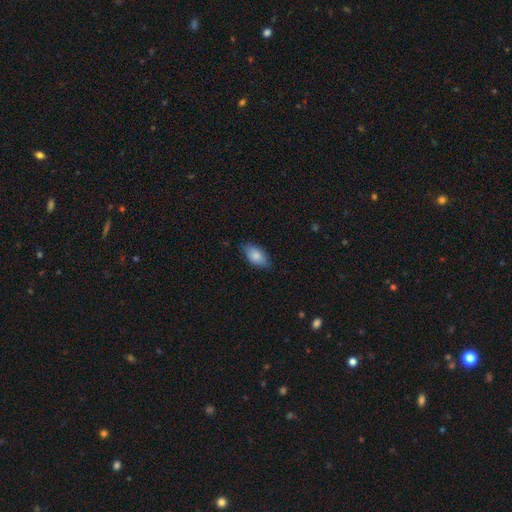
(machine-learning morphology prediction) A smooth galaxy with no disk features (85%) that is in between round and cigar-shaped (92%). Merging: none (79%).